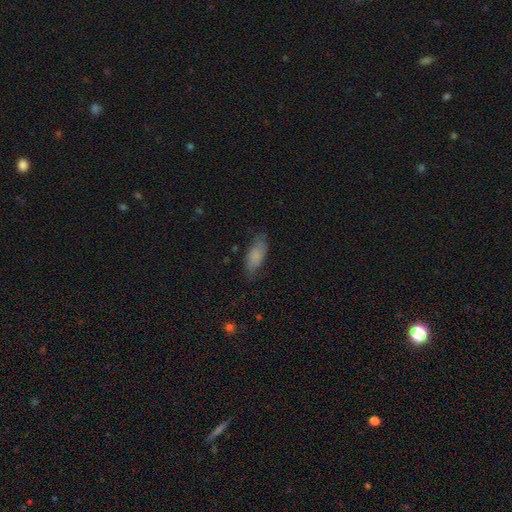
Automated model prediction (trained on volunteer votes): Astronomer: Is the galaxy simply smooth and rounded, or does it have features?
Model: smooth — 75%.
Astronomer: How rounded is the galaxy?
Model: in between — 79%.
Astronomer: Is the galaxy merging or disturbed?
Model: none — 71%.